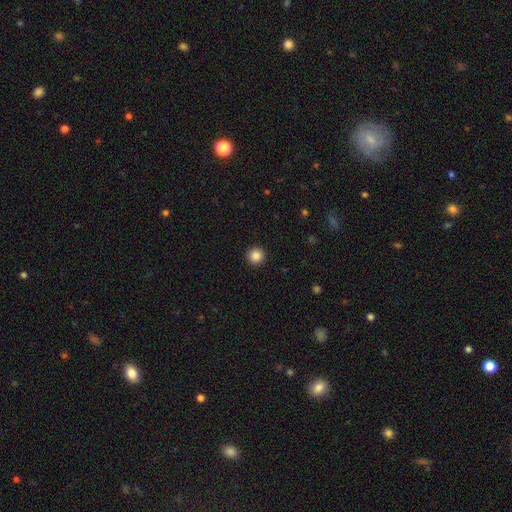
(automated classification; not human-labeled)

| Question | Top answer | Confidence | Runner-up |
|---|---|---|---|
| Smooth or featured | smooth | 86% | star or artifact (10%) |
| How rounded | round | 96% | in between (3%) |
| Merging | none | 93% | minor disturbance (4%) |